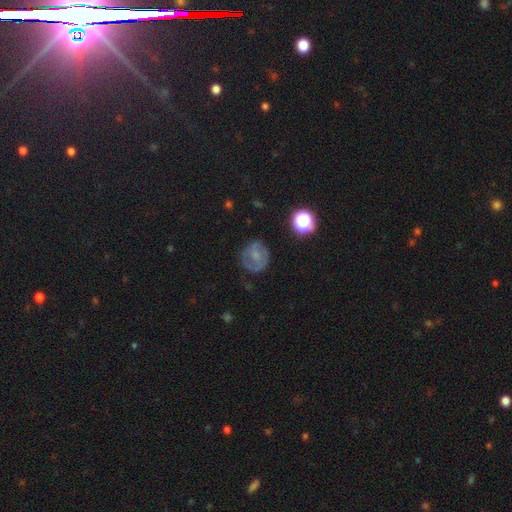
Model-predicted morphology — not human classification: Smooth or featured? Predicted: featured or disk (p=0.44). Merging? Predicted: none (p=0.64).